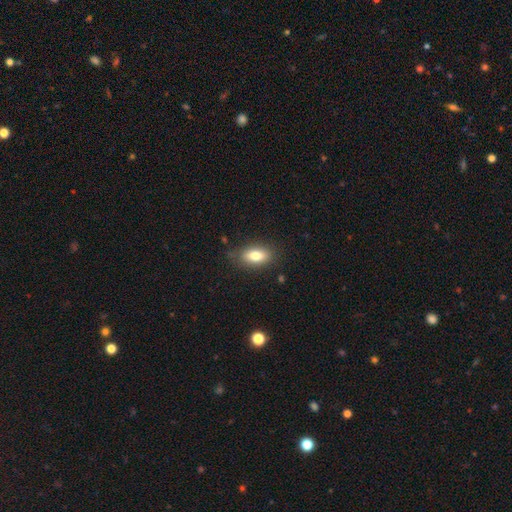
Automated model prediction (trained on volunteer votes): Smooth or featured? smooth (78%)
How rounded? in between (87%)
Merging? none (81%)